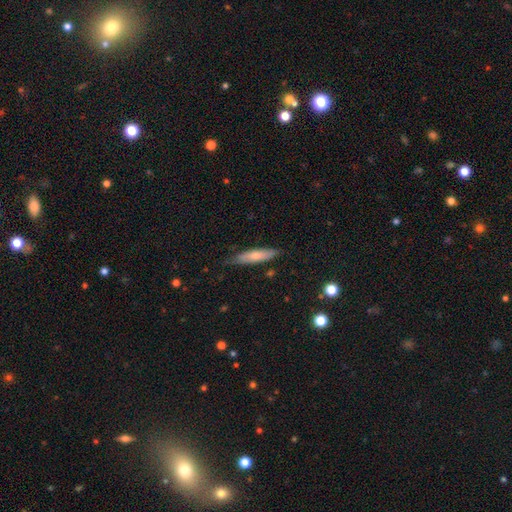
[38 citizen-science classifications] Smooth or featured?
  - smooth: 63% *
  - featured or disk: 29%
  - star or artifact: 8%
How rounded?
  - cigar-shaped: 71% *
  - in between: 29%
  - round: 0%
Merging?
  - none: 71% *
  - minor disturbance: 29%
  - major disturbance: 0%
  - merger: 0%